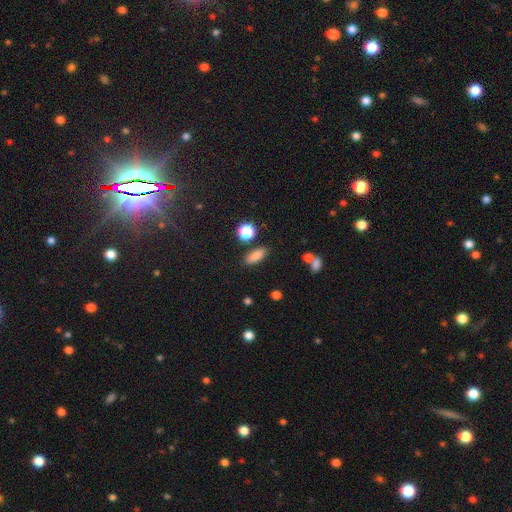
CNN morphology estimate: Overall: smooth (84%). How rounded: in between (70%). Merging: none (84%).